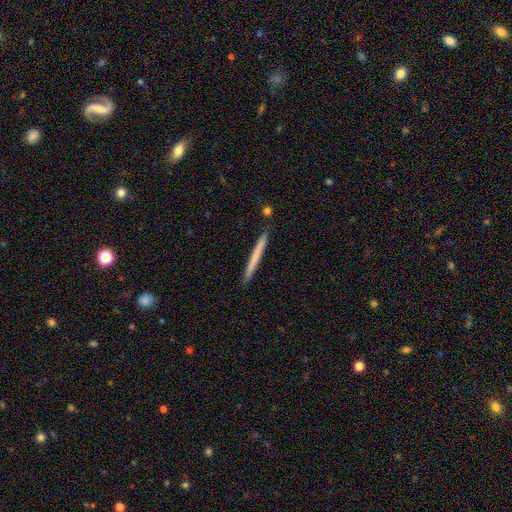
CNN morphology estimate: The model was most divided on "smooth or featured": smooth: 61%, featured or disk: 33%, star or artifact: 5%. More confident: how rounded — cigar-shaped (97%); merging — none (91%).